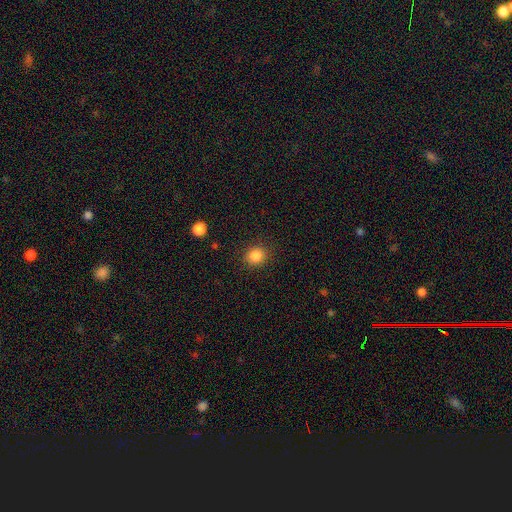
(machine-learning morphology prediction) smooth 85%, star or artifact 11%, featured or disk 4%. Down the decision tree: how rounded — round (78%); merging — none (89%).